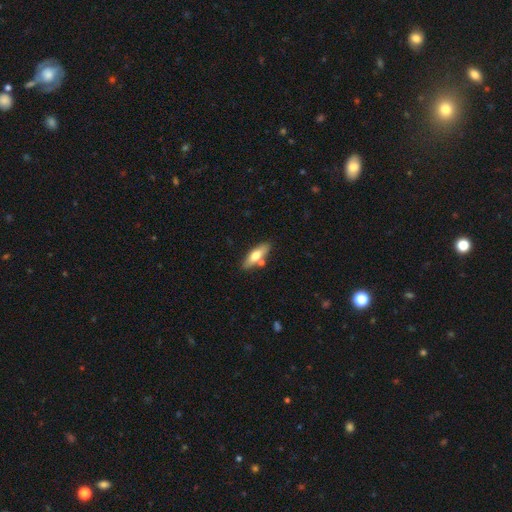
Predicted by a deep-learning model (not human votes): Smooth or featured: smooth — 65% (featured or disk — 29%)
How rounded: in between — 59% (cigar-shaped — 38%)
Merging: none — 74% (minor disturbance — 12%)